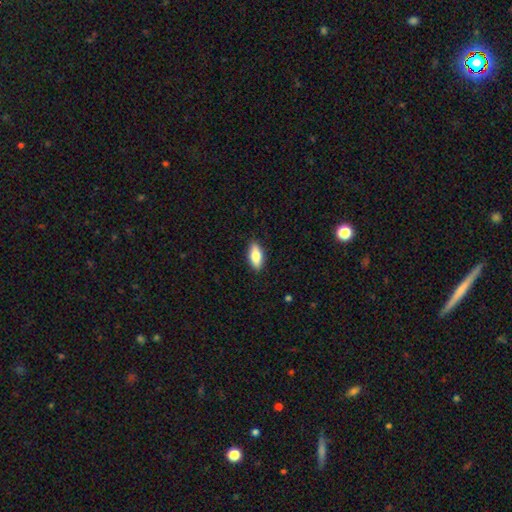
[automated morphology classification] Overall: smooth (78%). How rounded: in between (81%). Merging: none (88%).